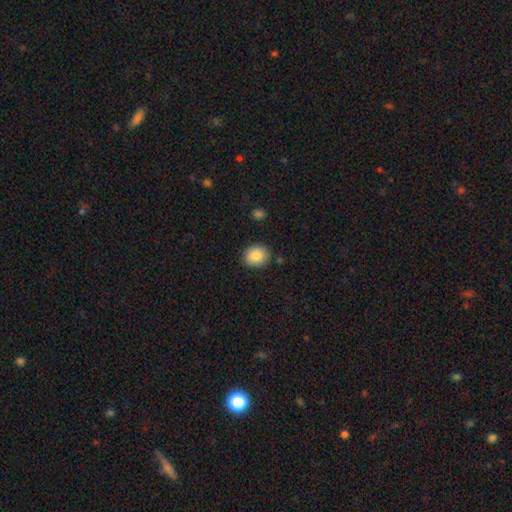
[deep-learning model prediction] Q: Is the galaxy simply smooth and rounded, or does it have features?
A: smooth — 86%.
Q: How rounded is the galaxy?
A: round — 66%.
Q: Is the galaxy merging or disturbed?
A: none — 86%.